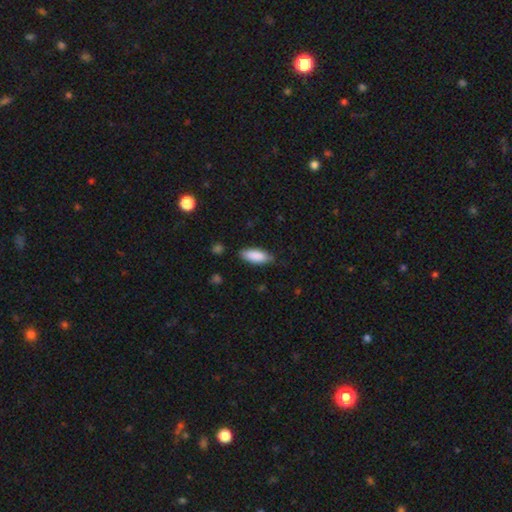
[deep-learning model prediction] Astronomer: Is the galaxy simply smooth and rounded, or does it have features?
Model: smooth — 88%.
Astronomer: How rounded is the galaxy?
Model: in between — 78%.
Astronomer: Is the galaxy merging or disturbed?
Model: none — 80%.